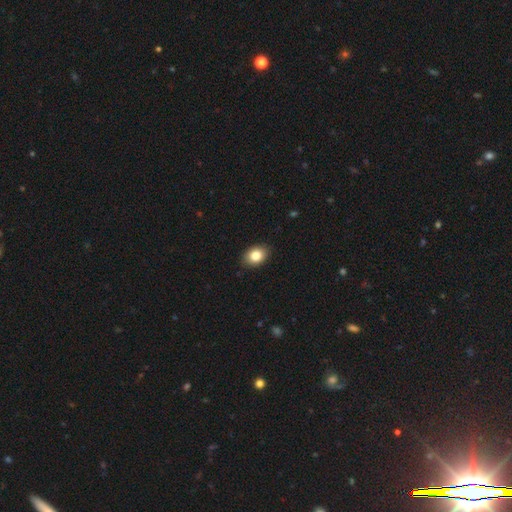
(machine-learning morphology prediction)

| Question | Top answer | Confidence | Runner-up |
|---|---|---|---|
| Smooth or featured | smooth | 84% | star or artifact (8%) |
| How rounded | in between | 72% | round (27%) |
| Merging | none | 88% | minor disturbance (9%) |